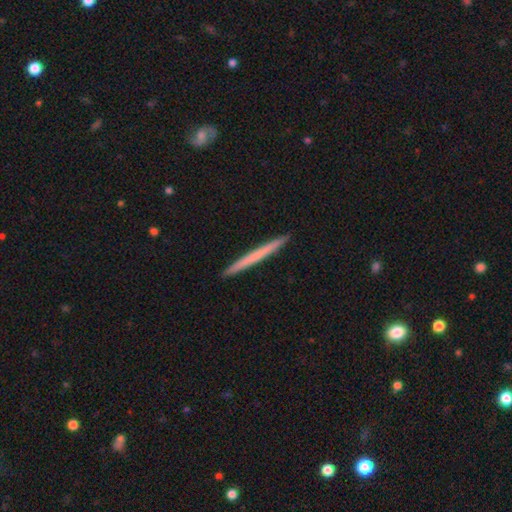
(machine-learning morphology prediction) The model was most divided on "smooth or featured": smooth: 55%, featured or disk: 40%, star or artifact: 5%. More confident: how rounded — cigar-shaped (97%); merging — none (94%).